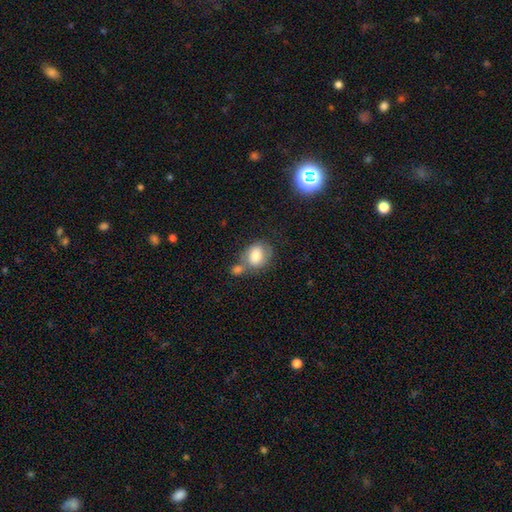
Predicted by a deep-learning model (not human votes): Smooth or featured: smooth — 75% (featured or disk — 16%)
How rounded: in between — 50% (round — 49%)
Merging: none — 42% (merger — 33%)